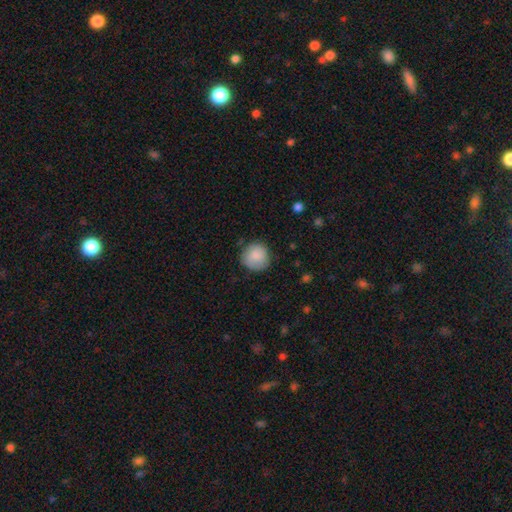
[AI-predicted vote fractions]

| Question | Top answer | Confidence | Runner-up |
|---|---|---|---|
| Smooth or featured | smooth | 87% | star or artifact (7%) |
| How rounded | round | 92% | in between (7%) |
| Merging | none | 80% | minor disturbance (15%) |